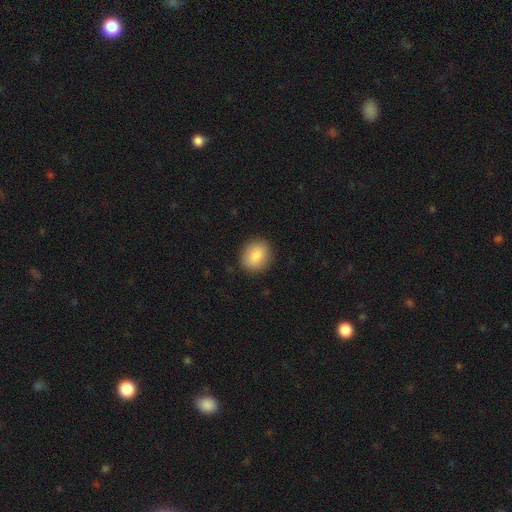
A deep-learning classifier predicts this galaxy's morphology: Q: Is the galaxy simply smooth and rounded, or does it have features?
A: smooth — 86%.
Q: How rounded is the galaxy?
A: round — 60%.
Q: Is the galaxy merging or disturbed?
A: none — 88%.